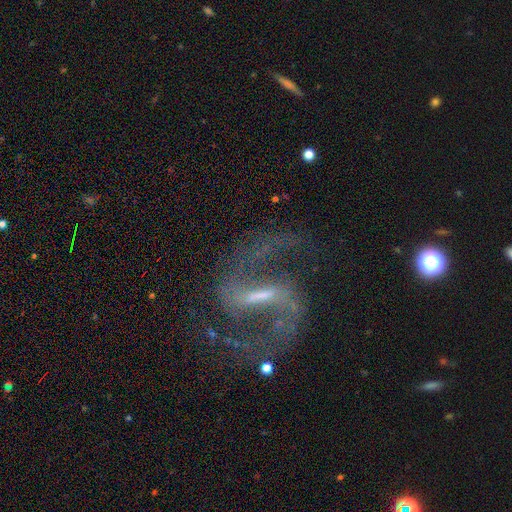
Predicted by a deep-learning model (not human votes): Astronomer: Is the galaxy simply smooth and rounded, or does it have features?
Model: featured or disk — 92%.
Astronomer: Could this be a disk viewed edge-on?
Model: no — 98%.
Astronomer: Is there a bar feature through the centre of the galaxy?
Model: strong — 55% (runner-up: weak, 38%).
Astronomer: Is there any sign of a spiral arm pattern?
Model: yes — 98%.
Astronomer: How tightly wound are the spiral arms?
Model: medium — 57% (runner-up: loose, 35%).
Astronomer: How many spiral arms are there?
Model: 2 — 94%.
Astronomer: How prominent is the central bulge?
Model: small — 51%.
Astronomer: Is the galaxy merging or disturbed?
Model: none — 77%.